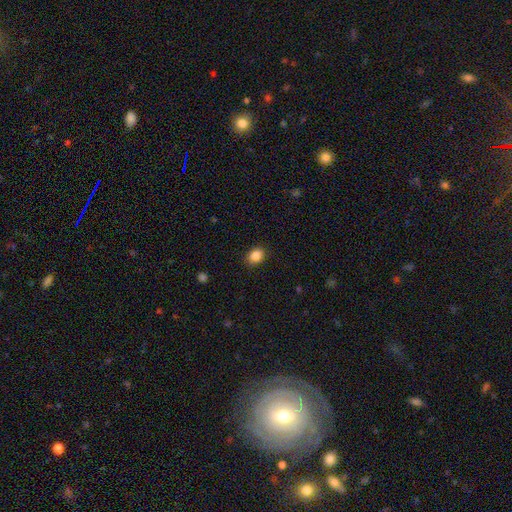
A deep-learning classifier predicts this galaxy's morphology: Smooth or featured?
  - smooth: 87% *
  - star or artifact: 9%
  - featured or disk: 4%
How rounded?
  - in between: 57% *
  - round: 42%
  - cigar-shaped: 1%
Merging?
  - none: 88% *
  - minor disturbance: 9%
  - major disturbance: 2%
  - merger: 1%